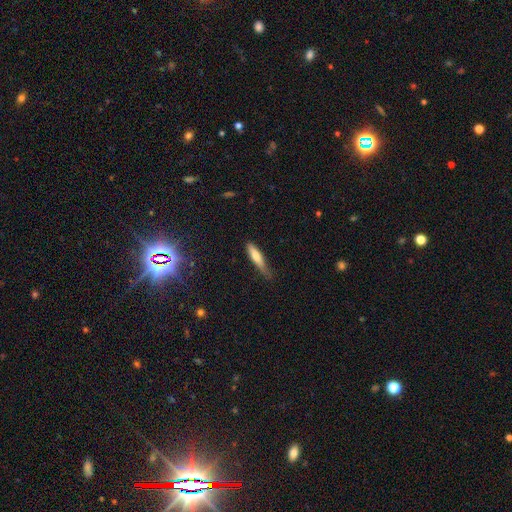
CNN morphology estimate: Smooth or featured? smooth (69%)
How rounded? cigar-shaped (81%)
Merging? none (58%)